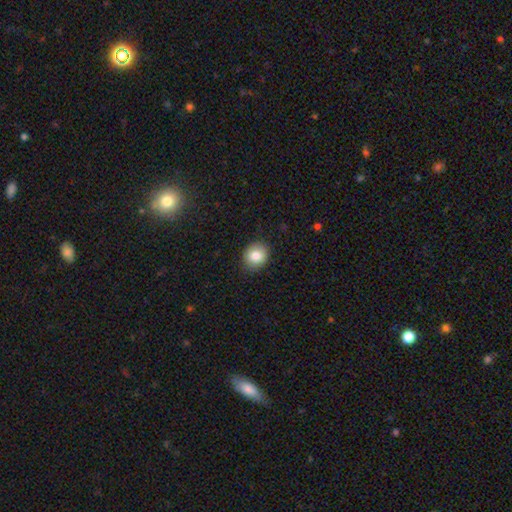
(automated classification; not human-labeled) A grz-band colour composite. It shows a smooth galaxy with no disk features (83%) that is round (69%). Merging: none (85%).